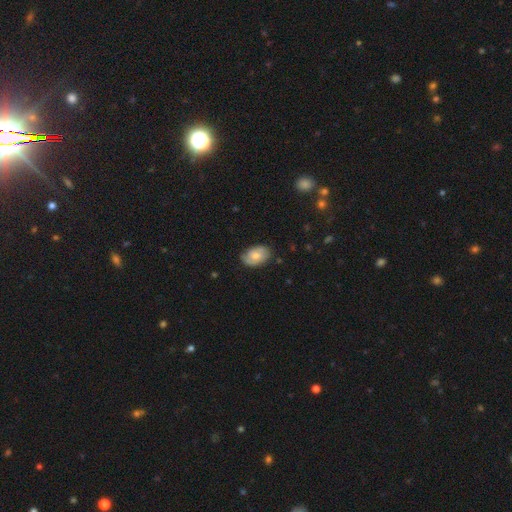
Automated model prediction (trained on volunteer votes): The model was most divided on "smooth or featured": smooth: 48%, featured or disk: 44%, star or artifact: 7%. More confident: merging — none (73%).